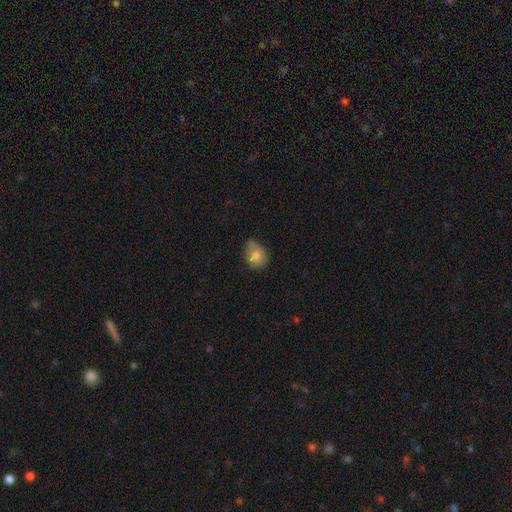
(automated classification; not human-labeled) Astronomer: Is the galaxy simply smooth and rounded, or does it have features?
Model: smooth — 77%.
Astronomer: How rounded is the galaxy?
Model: in between — 51% (runner-up: round, 48%).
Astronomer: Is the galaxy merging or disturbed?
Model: none — 44% (runner-up: minor disturbance, 41%).